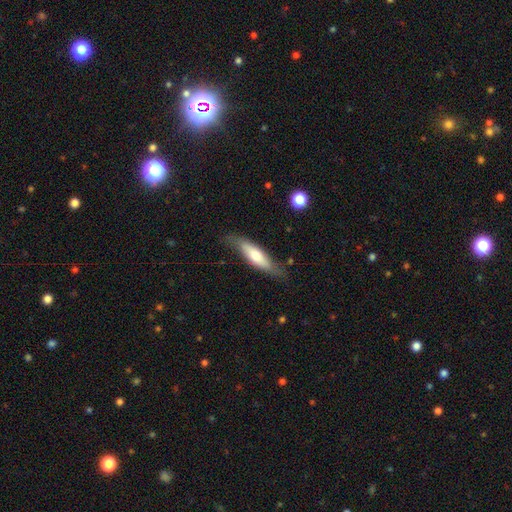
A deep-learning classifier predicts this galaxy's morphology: Overall: smooth (58%; featured or disk 37%). How rounded: cigar-shaped (63%; in between 35%). Merging: none (70%).